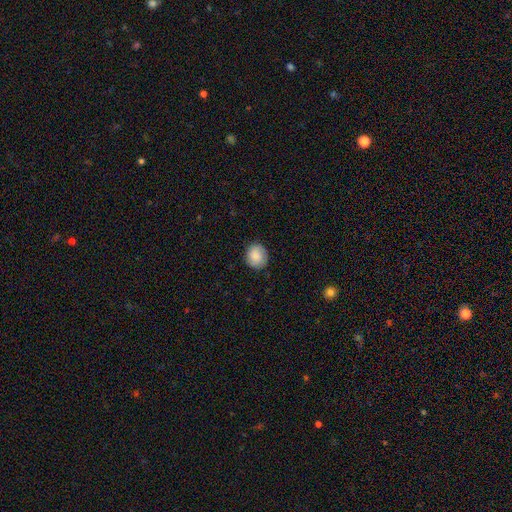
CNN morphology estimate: Smooth or featured? Predicted: smooth (p=0.85). How rounded? Predicted: round (p=0.80). Merging? Predicted: none (p=0.85).